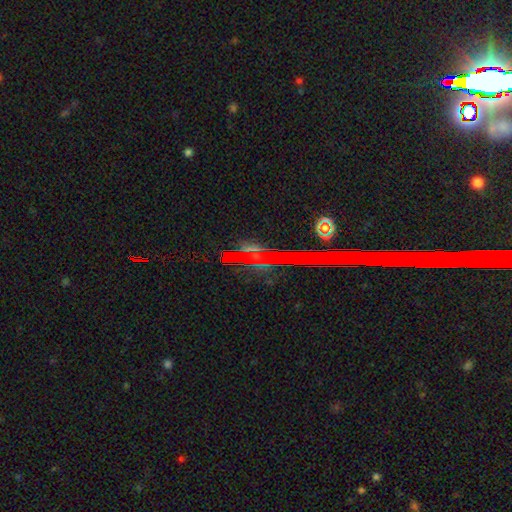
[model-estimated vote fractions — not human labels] smooth_or_featured: star or artifact (p=0.44) [alt: smooth p=0.29]